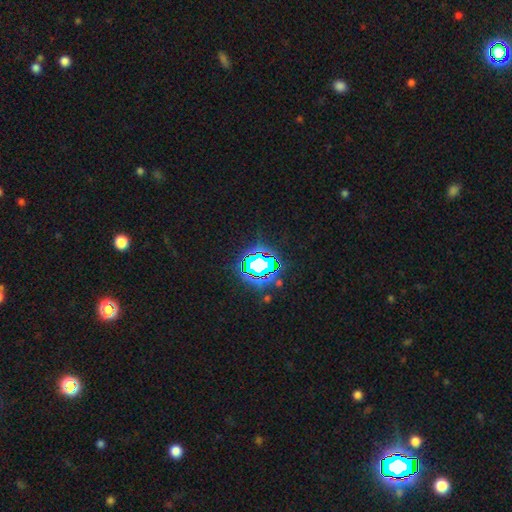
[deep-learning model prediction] Q: Smooth or featured?
A: star or artifact (81%); runner-up: smooth (12%)